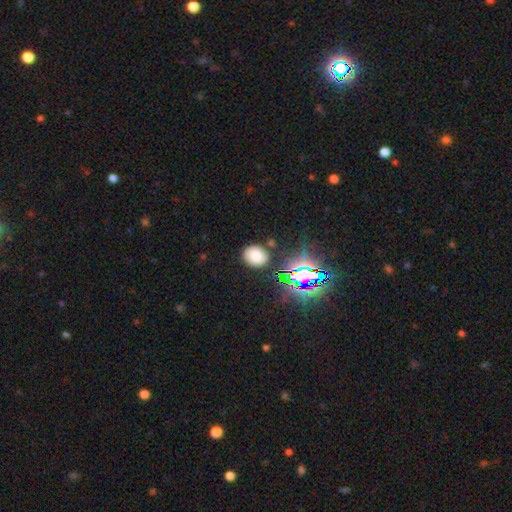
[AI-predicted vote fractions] This is likely a smooth galaxy (72%). How rounded: possibly round (55%). Merging: clearly none (81%).